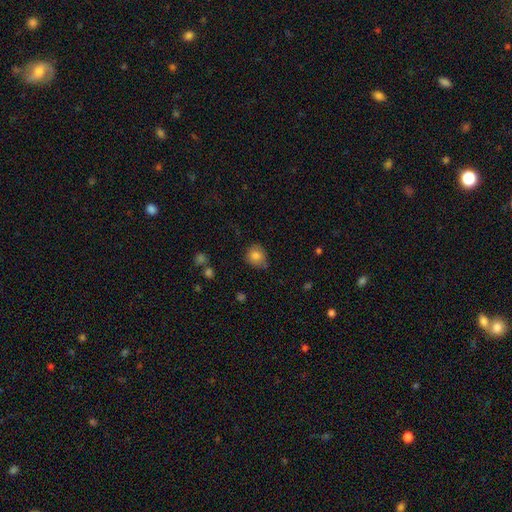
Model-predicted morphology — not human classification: A smooth galaxy with no disk features (82%) that is round (81%).

Vote fractions:
- Smooth or featured? smooth: 82% / star or artifact: 10% / featured or disk: 8%
- How rounded? round: 81% / in between: 18% / cigar-shaped: 1%
- Merging? none: 69% / minor disturbance: 24% / major disturbance: 4% / merger: 2%